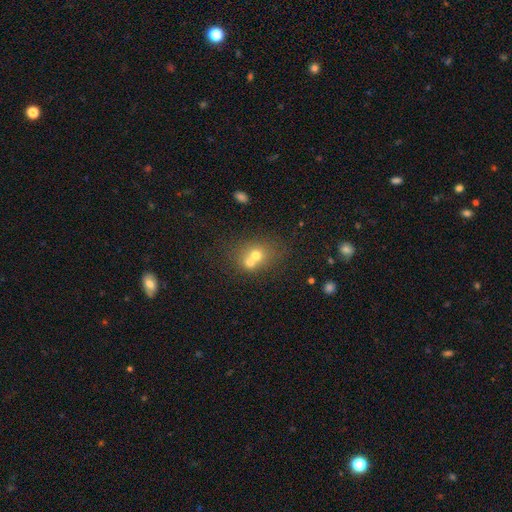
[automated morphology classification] smooth_or_featured: smooth (p=0.64) [alt: featured or disk p=0.22]
how_rounded: round (p=0.68) [alt: in between p=0.31]
merging: merger (p=0.57) [alt: none p=0.33]